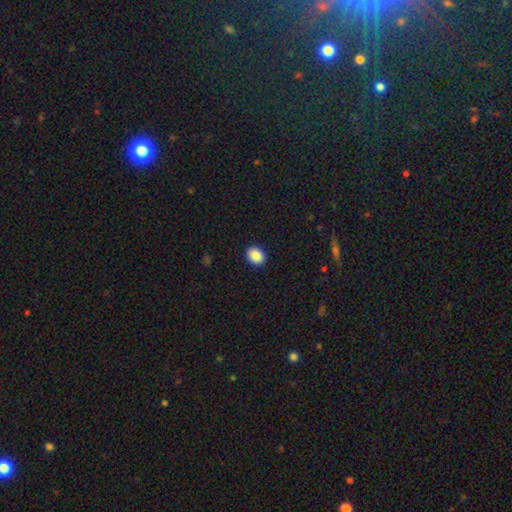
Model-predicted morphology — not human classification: smooth_or_featured: smooth (p=0.88) [alt: star or artifact p=0.08]
how_rounded: round (p=0.50) [alt: in between p=0.49]
merging: none (p=0.92) [alt: minor disturbance p=0.06]